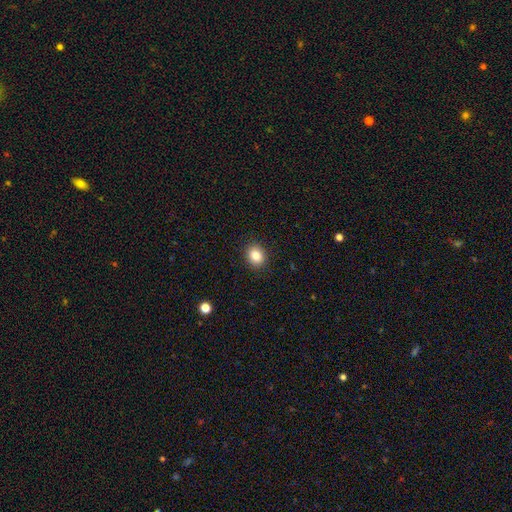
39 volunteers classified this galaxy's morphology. Smooth or featured?
  - smooth: 79% *
  - featured or disk: 10%
  - star or artifact: 10%
How rounded?
  - in between: 52% *
  - round: 45%
  - cigar-shaped: 3%
Merging?
  - none: 91% *
  - minor disturbance: 3%
  - major disturbance: 3%
  - merger: 3%